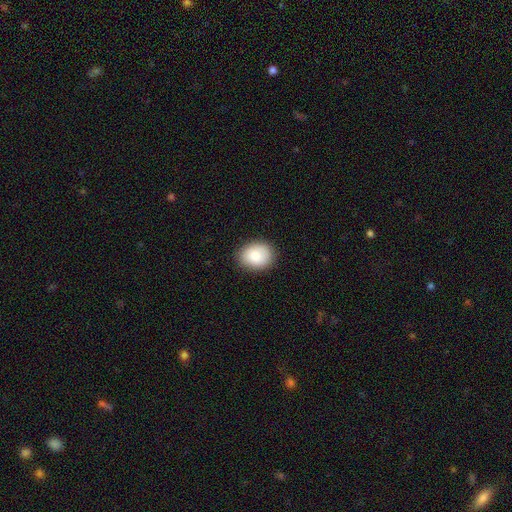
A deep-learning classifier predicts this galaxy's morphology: A smooth galaxy with no disk features (85%) that is in between round and cigar-shaped (53%).

Vote fractions:
- Smooth or featured? smooth: 85% / featured or disk: 8% / star or artifact: 7%
- How rounded? in between: 53% / round: 47% / cigar-shaped: 1%
- Merging? none: 87% / minor disturbance: 10% / major disturbance: 2% / merger: 1%